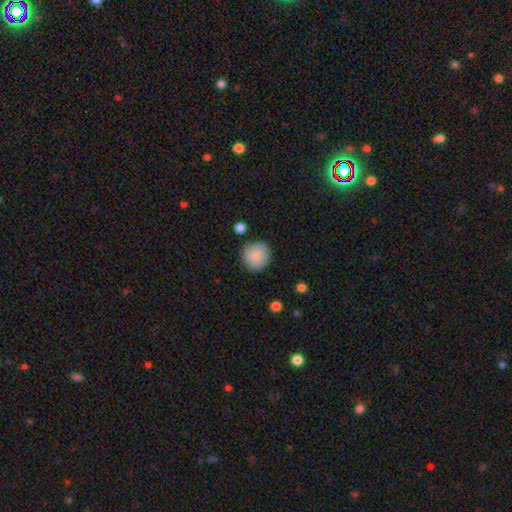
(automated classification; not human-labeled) Smooth or featured: smooth — 87% (star or artifact — 6%)
How rounded: round — 94% (in between — 5%)
Merging: none — 86% (minor disturbance — 9%)